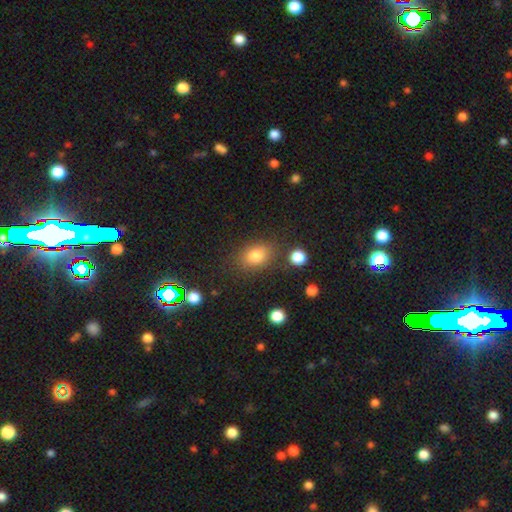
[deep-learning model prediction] Morphology: type=smooth (79%); roundness=in between (69%); merging=none (77%).